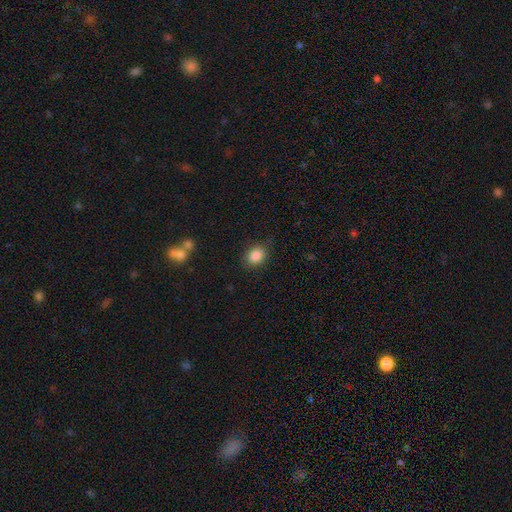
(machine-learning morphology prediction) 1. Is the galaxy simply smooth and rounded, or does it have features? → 86% smooth, 9% star or artifact, 4% featured or disk.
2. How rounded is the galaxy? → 51% round, 48% in between, 1% cigar-shaped.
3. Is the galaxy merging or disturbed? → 86% none, 10% minor disturbance, 3% major disturbance, 2% merger.